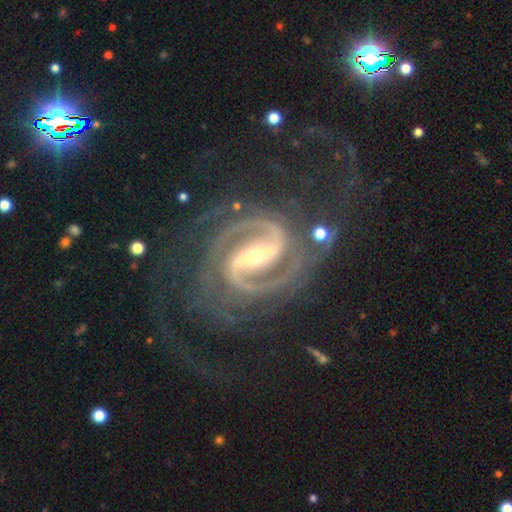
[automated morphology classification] Smooth or featured?
  - featured or disk: 94% *
  - star or artifact: 4%
  - smooth: 2%
Edge-on disk?
  - no: 98% *
  - yes: 2%
Bar?
  - strong: 69% *
  - weak: 23%
  - no: 9%
Spiral arms?
  - yes: 99% *
  - no: 1%
Spiral winding?
  - medium: 50% *
  - tight: 40%
  - loose: 11%
Spiral arm count?
  - 2: 90% *
  - 3: 3%
  - can't tell: 2%
  - 4: 2%
  - 1: 2%
  - more than 4: 2%
Bulge size?
  - small: 66% *
  - moderate: 30%
  - large: 2%
  - none: 1%
  - dominant: 1%
Merging?
  - none: 61% *
  - major disturbance: 18%
  - minor disturbance: 18%
  - merger: 3%